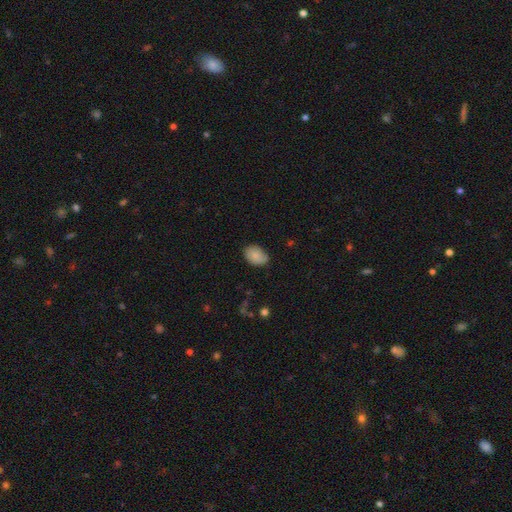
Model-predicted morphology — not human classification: Smooth or featured?
  - smooth: 85% *
  - featured or disk: 8%
  - star or artifact: 7%
How rounded?
  - in between: 83% *
  - round: 16%
  - cigar-shaped: 1%
Merging?
  - none: 77% *
  - minor disturbance: 19%
  - major disturbance: 3%
  - merger: 1%